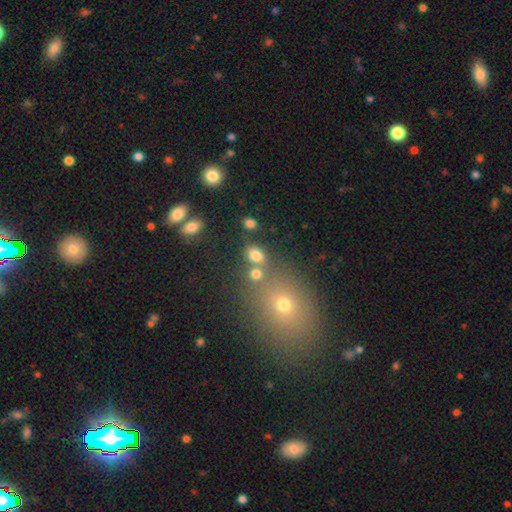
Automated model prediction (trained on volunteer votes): smooth 74%, star or artifact 16%, featured or disk 10%. Down the decision tree: how rounded — in between (66%); merging — none (60%).